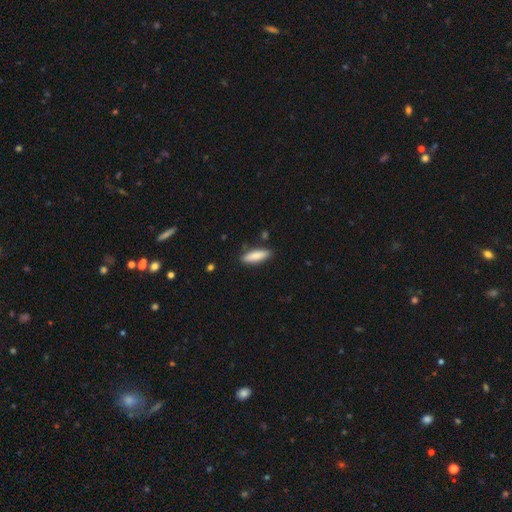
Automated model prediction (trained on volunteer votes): The model was most divided on "how rounded": cigar-shaped: 56%, in between: 43%, round: 2%. More confident: merging — none (85%); smooth or featured — smooth (85%).